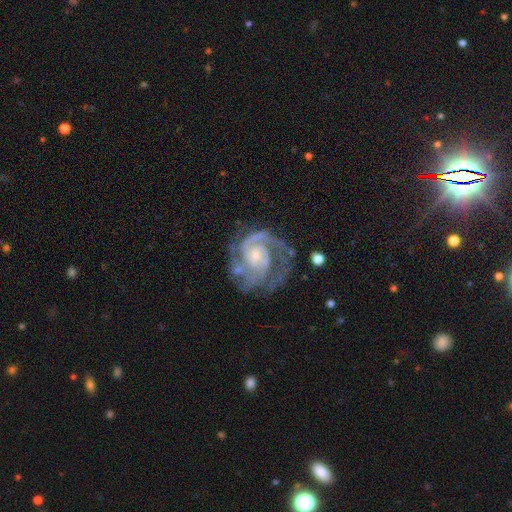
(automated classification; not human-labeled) Smooth or featured? Predicted: featured or disk (p=0.91). Edge-on disk? Predicted: no (p=0.98). Bar? Predicted: no (p=0.66). Spiral arms? Predicted: yes (p=0.98). Spiral winding? Predicted: tight (p=0.59). Spiral arm count? Predicted: 2 (p=0.56). Bulge size? Predicted: small (p=0.56). Merging? Predicted: none (p=0.61).